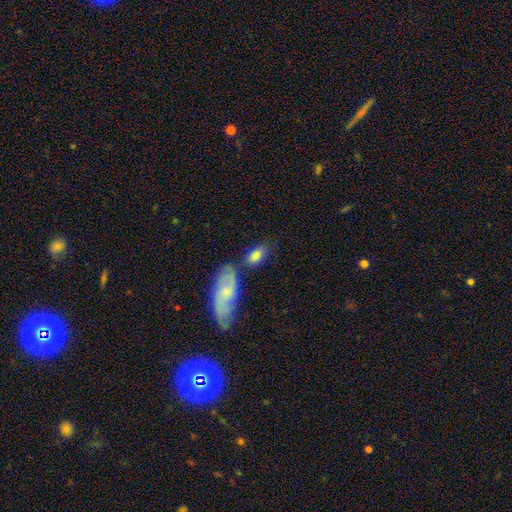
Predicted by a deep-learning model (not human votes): This appears to be a smooth galaxy with no disk features (80%) that is in between round and cigar-shaped (87%). Merging: none (58%).